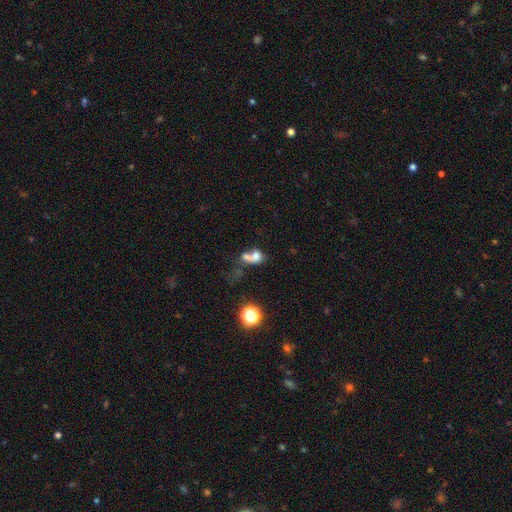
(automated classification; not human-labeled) A smooth galaxy with no disk features (61%) that is in between round and cigar-shaped (54%).

Vote fractions:
- Smooth or featured? smooth: 61% / featured or disk: 22% / star or artifact: 16%
- How rounded? in between: 54% / round: 42% / cigar-shaped: 4%
- Merging? merger: 56% / none: 19% / major disturbance: 16% / minor disturbance: 9%